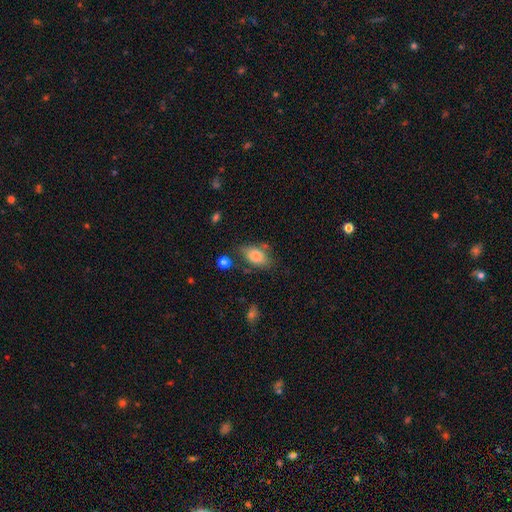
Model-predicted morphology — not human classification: Smooth or featured?
  - smooth: 81% *
  - featured or disk: 11%
  - star or artifact: 8%
How rounded?
  - in between: 86% *
  - round: 11%
  - cigar-shaped: 3%
Merging?
  - none: 64% *
  - minor disturbance: 22%
  - major disturbance: 7%
  - merger: 7%